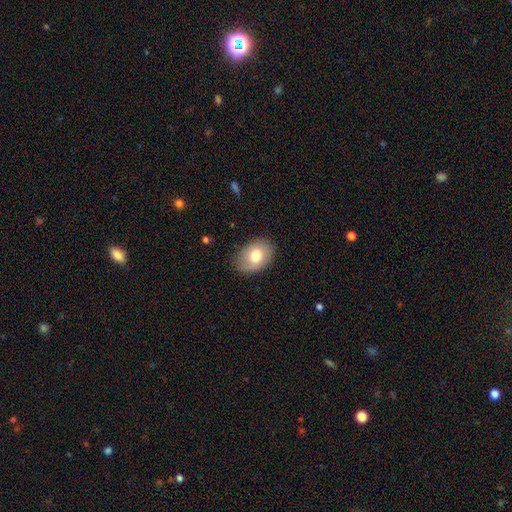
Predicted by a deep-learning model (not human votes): smooth 71%, featured or disk 22%, star or artifact 7%. Down the decision tree: how rounded — in between (80%); merging — none (77%).